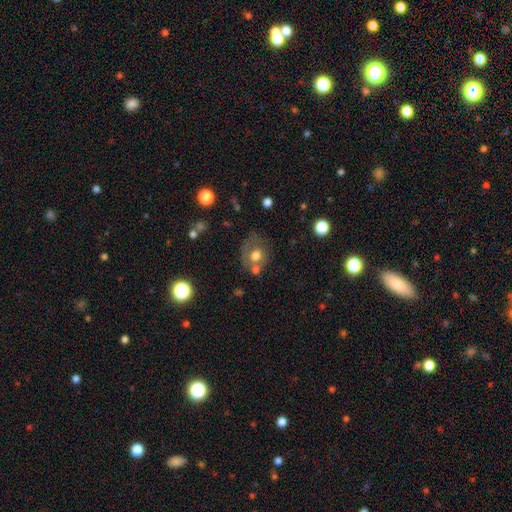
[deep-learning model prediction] smooth-or-featured: smooth: 61% | featured or disk: 28% | star or artifact: 11%
  how-rounded: round: 65% | in between: 34% | cigar-shaped: 1%
  merging: none: 48% | merger: 22% | minor disturbance: 19% | major disturbance: 11%